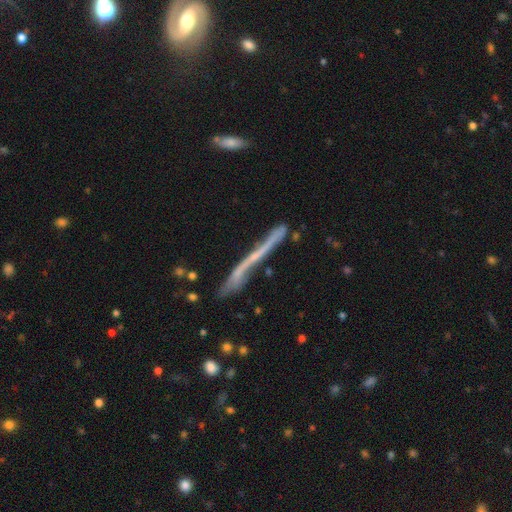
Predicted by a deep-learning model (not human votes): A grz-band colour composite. It shows a featured or disk galaxy (58%) viewed edge-on (89%) with no central bulge (87%). Merging: none (67%).